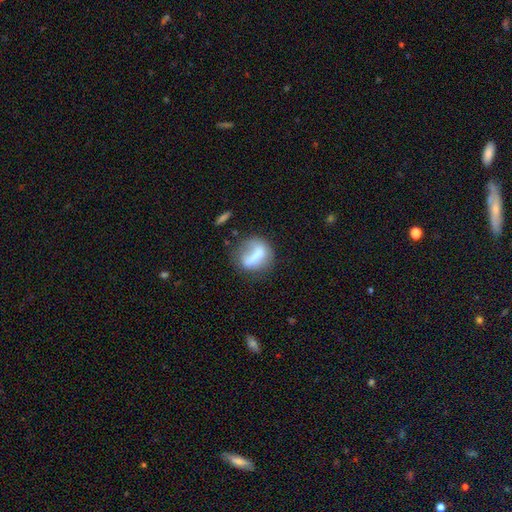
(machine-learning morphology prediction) Q: Smooth or featured?
A: smooth (57%); runner-up: featured or disk (34%)
Q: How rounded?
A: round (49%); runner-up: in between (39%)
Q: Merging?
A: none (47%); runner-up: minor disturbance (23%)